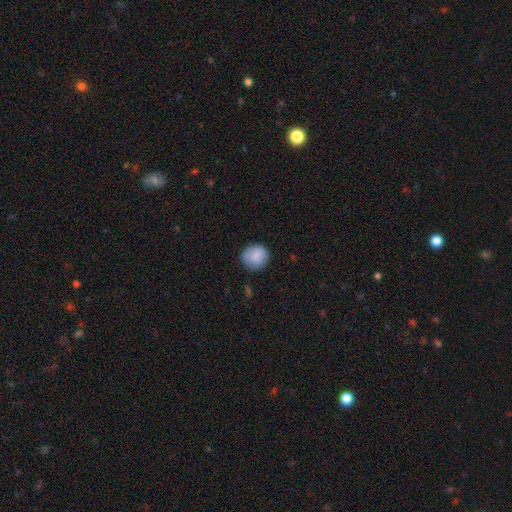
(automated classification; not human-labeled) This is clearly a smooth galaxy (87%). How rounded: clearly round (88%). Merging: clearly none (81%).